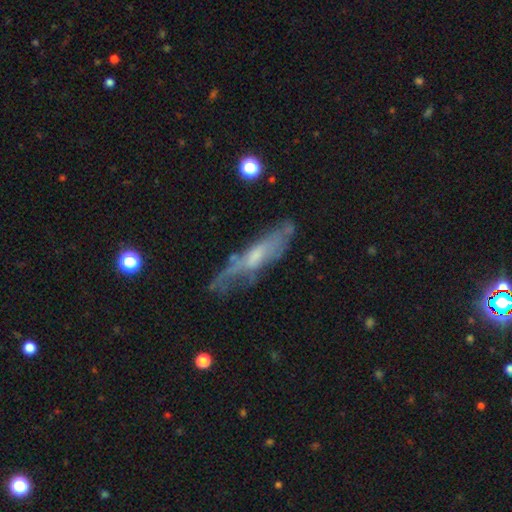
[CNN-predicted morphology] type=featured or disk (58%); edge-on=no (52%); merging=none (48%).